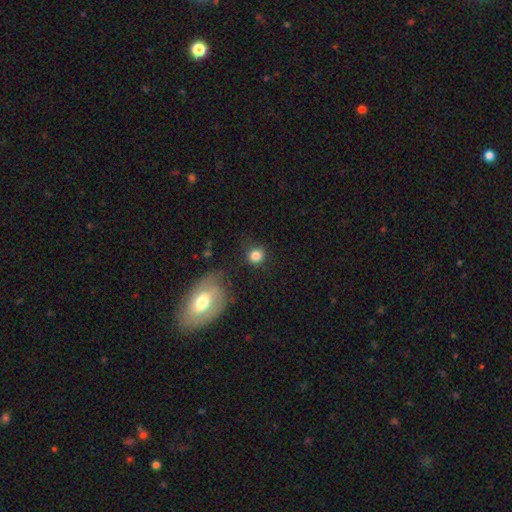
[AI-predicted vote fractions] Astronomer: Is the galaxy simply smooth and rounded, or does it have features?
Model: smooth — 83%.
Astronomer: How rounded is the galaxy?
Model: round — 87%.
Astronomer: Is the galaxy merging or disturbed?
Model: none — 80%.